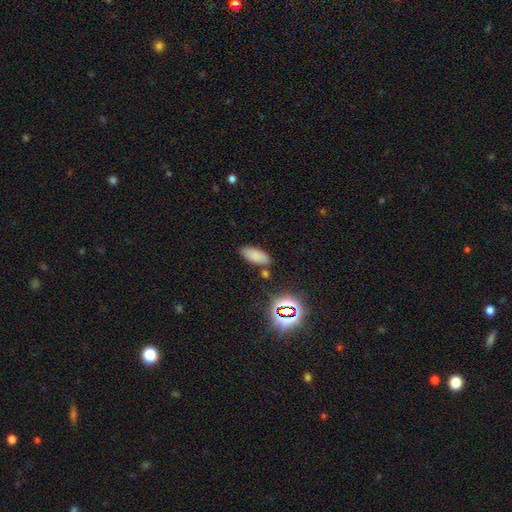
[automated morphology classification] This appears to be a smooth galaxy with no disk features (79%) that is in between round and cigar-shaped (86%). Merging: none (80%).